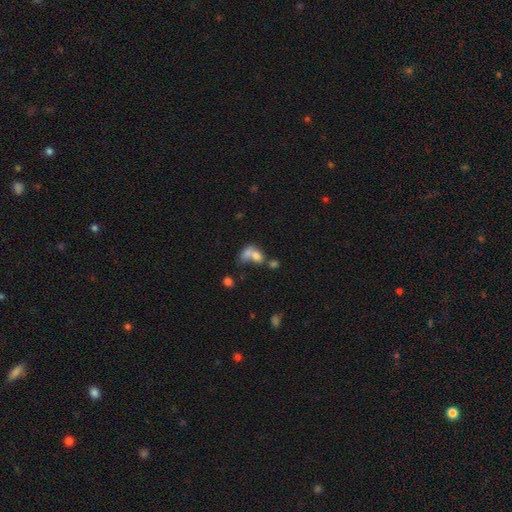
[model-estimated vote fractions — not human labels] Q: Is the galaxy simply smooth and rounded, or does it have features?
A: smooth — 70%.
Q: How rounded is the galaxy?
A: in between — 71%.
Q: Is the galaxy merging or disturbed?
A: merger — 64%.